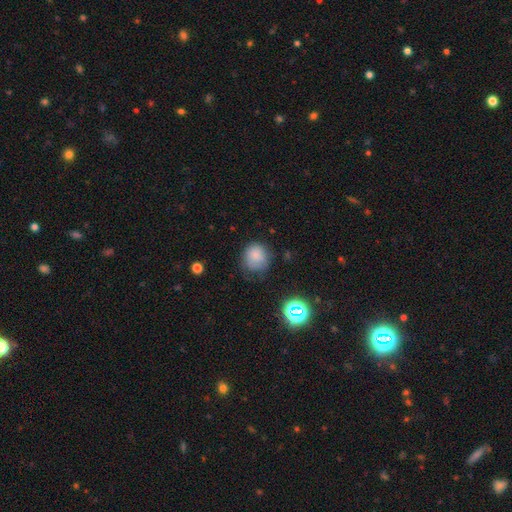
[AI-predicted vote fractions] Smooth or featured: smooth — 77% (star or artifact — 12%)
How rounded: round — 79% (in between — 20%)
Merging: none — 55% (minor disturbance — 31%)